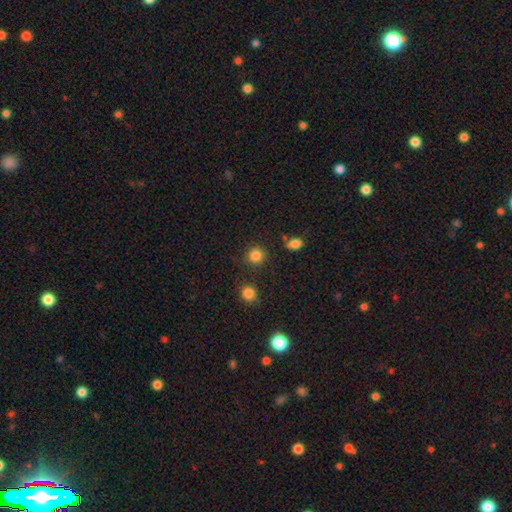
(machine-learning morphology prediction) smooth 84%, star or artifact 12%, featured or disk 4%. Down the decision tree: how rounded — round (91%); merging — none (84%).